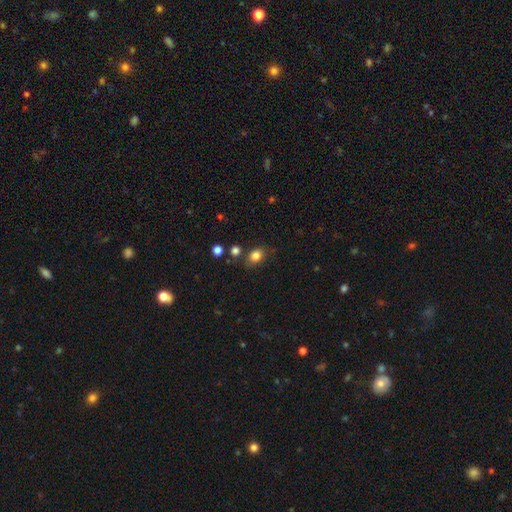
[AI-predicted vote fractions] Smooth or featured: smooth — 82% (star or artifact — 11%)
How rounded: in between — 57% (round — 41%)
Merging: none — 74% (minor disturbance — 16%)